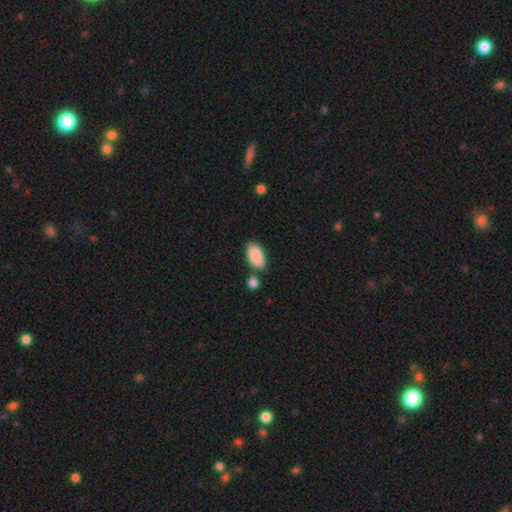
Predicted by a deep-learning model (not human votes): A smooth galaxy with no disk features (89%) that is in between round and cigar-shaped (94%).

Vote fractions:
- Smooth or featured? smooth: 89% / star or artifact: 6% / featured or disk: 5%
- How rounded? in between: 94% / cigar-shaped: 3% / round: 3%
- Merging? none: 67% / minor disturbance: 16% / merger: 13% / major disturbance: 4%